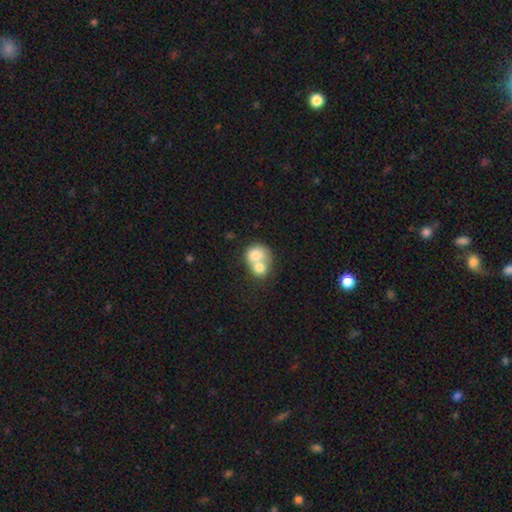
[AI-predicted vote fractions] This appears to be a smooth galaxy with no disk features (70%) that is round (66%). Merging: merger (75%).